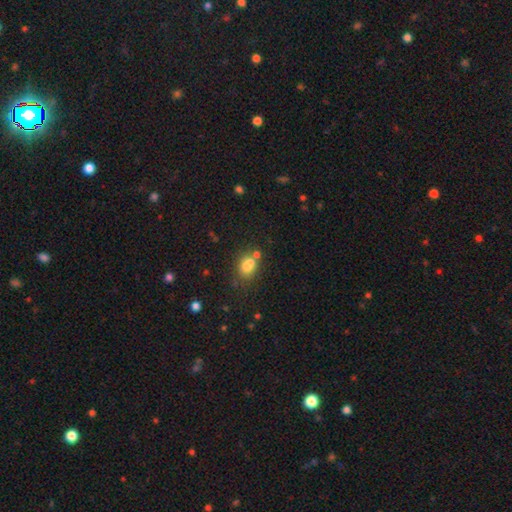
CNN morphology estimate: A smooth galaxy with no disk features (70%) that is in between round and cigar-shaped (55%).

Vote fractions:
- Smooth or featured? smooth: 70% / star or artifact: 22% / featured or disk: 8%
- How rounded? in between: 55% / round: 43% / cigar-shaped: 2%
- Merging? none: 64% / merger: 17% / minor disturbance: 14% / major disturbance: 5%